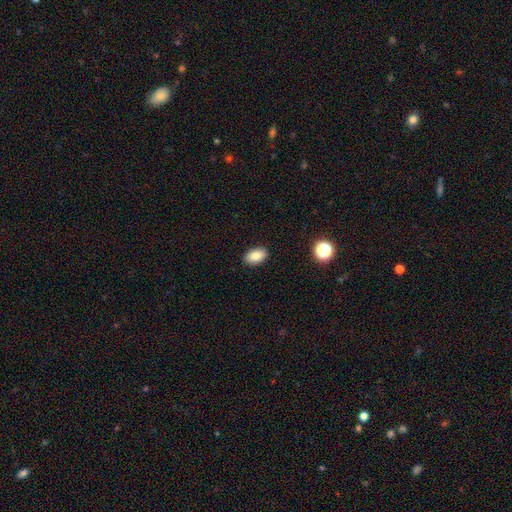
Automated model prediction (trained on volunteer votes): Smooth or featured?
  - smooth: 84% *
  - star or artifact: 9%
  - featured or disk: 7%
How rounded?
  - in between: 91% *
  - round: 8%
  - cigar-shaped: 2%
Merging?
  - none: 89% *
  - minor disturbance: 8%
  - major disturbance: 2%
  - merger: 1%